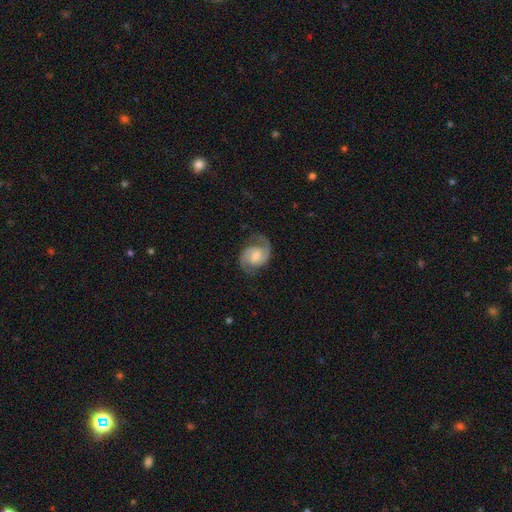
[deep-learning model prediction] featured or disk 88%, smooth 7%, star or artifact 5%. Down the decision tree: edge-on disk — no (98%); bar — no (48%); spiral arms — yes (98%); spiral arm count — 2 (91%); spiral winding — medium (53%); bulge size — moderate (50%); merging — none (76%).